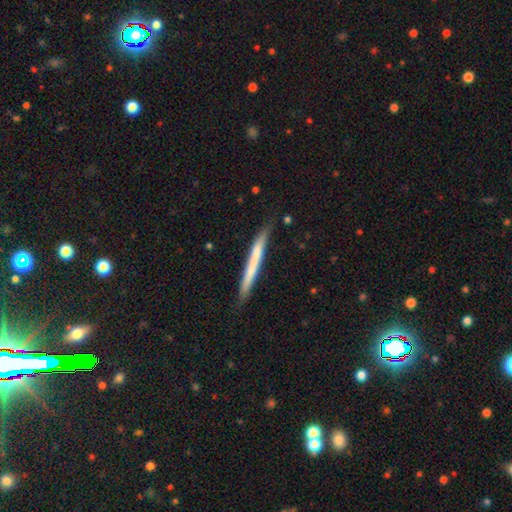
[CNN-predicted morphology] type=smooth (57%); roundness=cigar-shaped (96%); merging=none (81%).